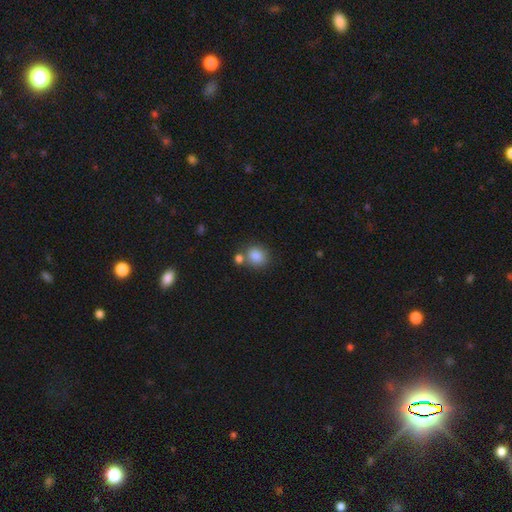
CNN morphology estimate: smooth-or-featured: smooth: 85% | star or artifact: 9% | featured or disk: 6%
  how-rounded: round: 71% | in between: 28% | cigar-shaped: 1%
  merging: none: 63% | merger: 22% | minor disturbance: 11% | major disturbance: 4%